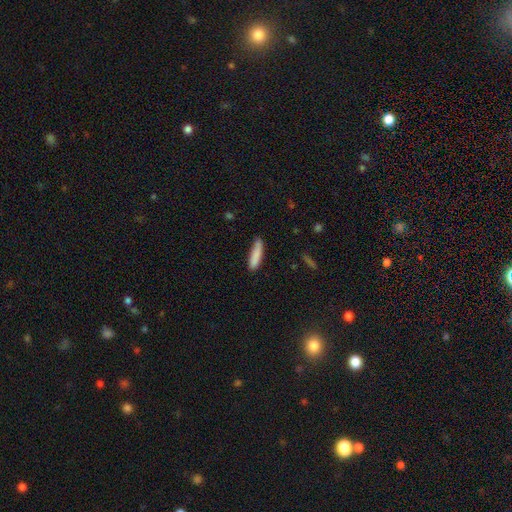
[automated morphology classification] Smooth or featured: smooth — 85% (featured or disk — 9%)
How rounded: cigar-shaped — 79% (in between — 20%)
Merging: none — 71% (minor disturbance — 23%)